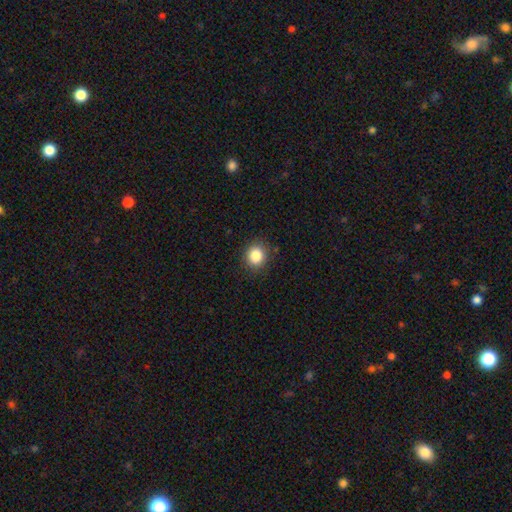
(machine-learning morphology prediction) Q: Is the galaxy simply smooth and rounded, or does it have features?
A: smooth — 84%.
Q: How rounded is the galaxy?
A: round — 81%.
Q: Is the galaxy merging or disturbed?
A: none — 89%.